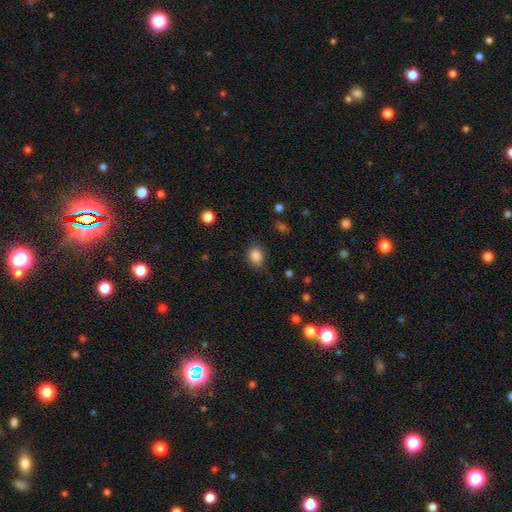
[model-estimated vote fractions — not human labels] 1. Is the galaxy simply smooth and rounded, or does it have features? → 86% smooth, 10% star or artifact, 5% featured or disk.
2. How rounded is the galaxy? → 52% in between, 46% round, 1% cigar-shaped.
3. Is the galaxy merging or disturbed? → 73% none, 20% minor disturbance, 5% major disturbance, 2% merger.